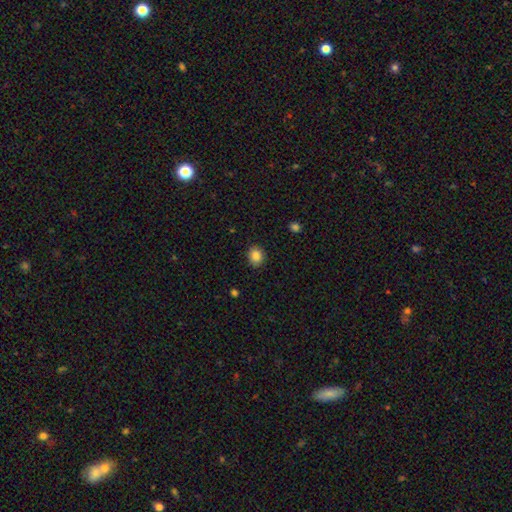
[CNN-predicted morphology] Smooth or featured? Predicted: smooth (p=0.86). How rounded? Predicted: round (p=0.70). Merging? Predicted: none (p=0.89).